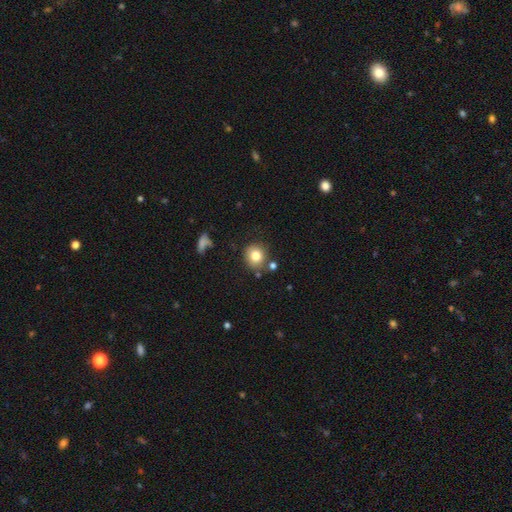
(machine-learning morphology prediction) smooth_or_featured: smooth (p=0.80) [alt: star or artifact p=0.11]
how_rounded: round (p=0.84) [alt: in between p=0.15]
merging: none (p=0.79) [alt: minor disturbance p=0.11]